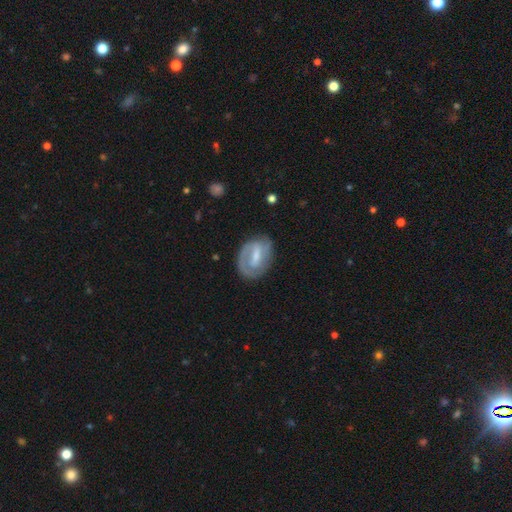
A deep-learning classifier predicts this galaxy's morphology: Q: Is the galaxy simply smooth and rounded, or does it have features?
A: featured or disk — 68%.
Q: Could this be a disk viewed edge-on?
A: no — 96%.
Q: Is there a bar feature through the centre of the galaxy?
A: weak — 46%.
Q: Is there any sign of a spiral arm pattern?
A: yes — 77%.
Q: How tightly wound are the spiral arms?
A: tight — 49%.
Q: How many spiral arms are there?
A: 2 — 52%.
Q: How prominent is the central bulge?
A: moderate — 41%.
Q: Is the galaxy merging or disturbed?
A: none — 70%.